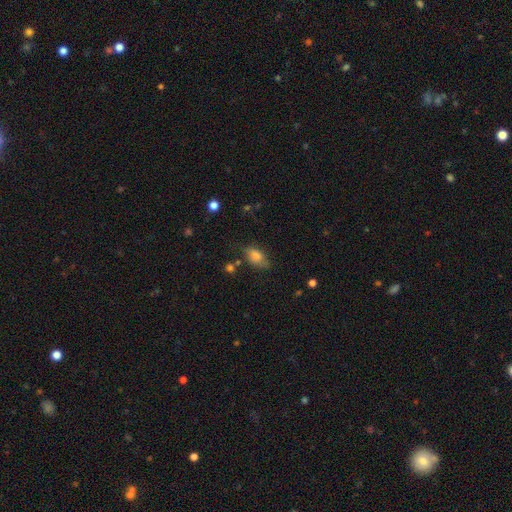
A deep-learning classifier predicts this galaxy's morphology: A smooth galaxy with no disk features (76%) that is in between round and cigar-shaped (85%). Merging: none (63%).